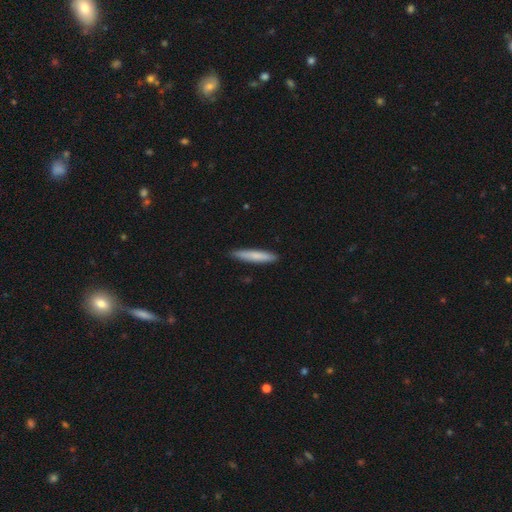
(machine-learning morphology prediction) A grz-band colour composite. It shows a smooth galaxy with no disk features (77%) that is cigar-shaped (93%). Merging: none (89%).